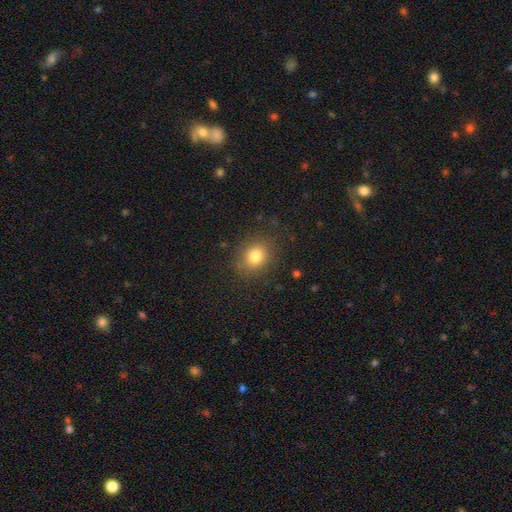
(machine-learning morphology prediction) Smooth or featured? smooth (80%)
How rounded? round (64%)
Merging? none (85%)